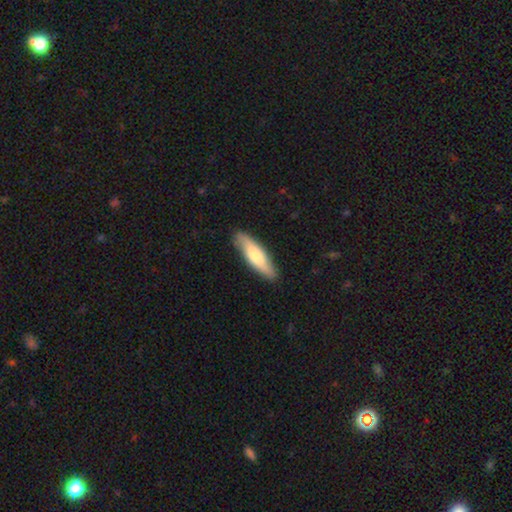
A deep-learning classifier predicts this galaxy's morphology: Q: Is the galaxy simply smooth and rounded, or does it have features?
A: smooth — 67%.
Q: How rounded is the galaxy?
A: cigar-shaped — 66%.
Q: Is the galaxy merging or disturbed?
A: none — 87%.